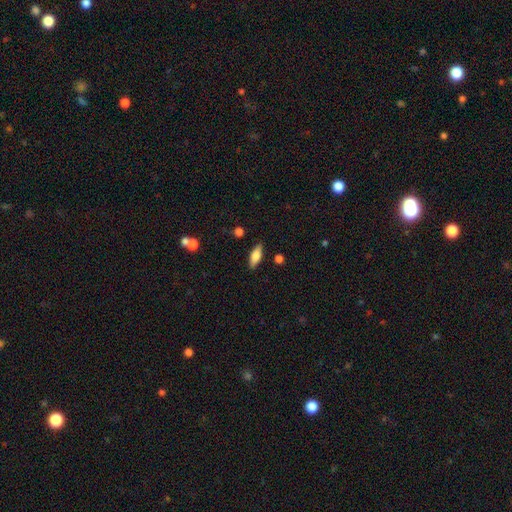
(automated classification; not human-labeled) Smooth or featured: smooth — 72% (featured or disk — 21%)
How rounded: in between — 70% (cigar-shaped — 27%)
Merging: none — 85% (minor disturbance — 10%)